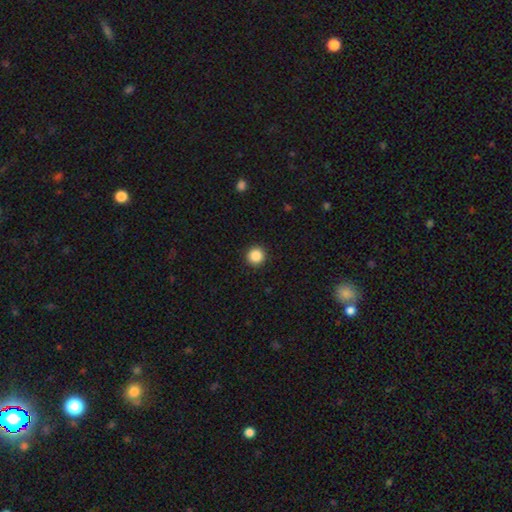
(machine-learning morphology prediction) A smooth galaxy with no disk features (87%) that is round (96%). Merging: none (93%).